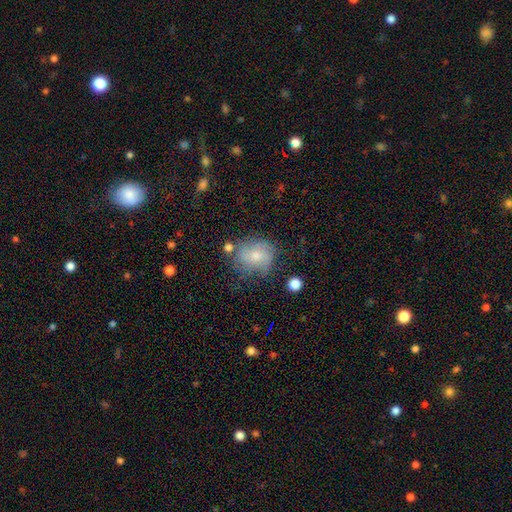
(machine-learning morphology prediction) Smooth or featured? smooth (56%)
How rounded? round (64%)
Merging? none (52%)